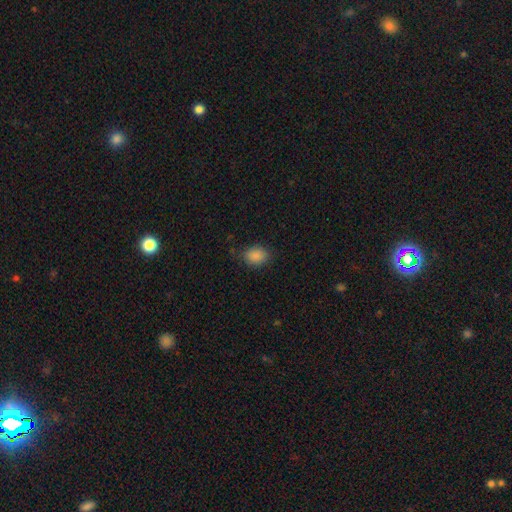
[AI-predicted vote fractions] A smooth galaxy with no disk features (88%) that is in between round and cigar-shaped (68%).

Vote fractions:
- Smooth or featured? smooth: 88% / star or artifact: 9% / featured or disk: 4%
- How rounded? in between: 68% / round: 31% / cigar-shaped: 1%
- Merging? none: 81% / minor disturbance: 14% / major disturbance: 4% / merger: 1%